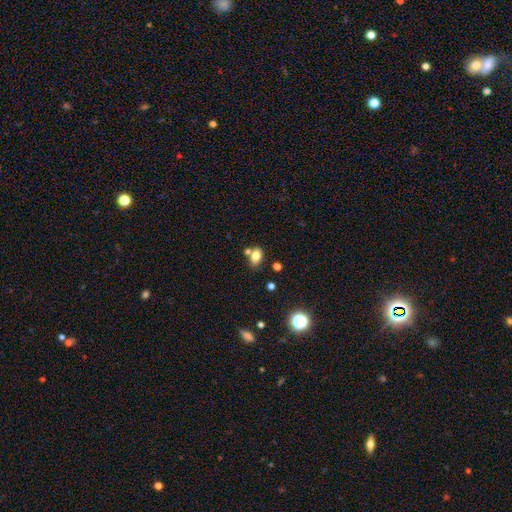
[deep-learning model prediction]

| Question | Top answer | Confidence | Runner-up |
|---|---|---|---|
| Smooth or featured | smooth | 78% | star or artifact (11%) |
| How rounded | in between | 78% | round (20%) |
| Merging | none | 55% | merger (28%) |